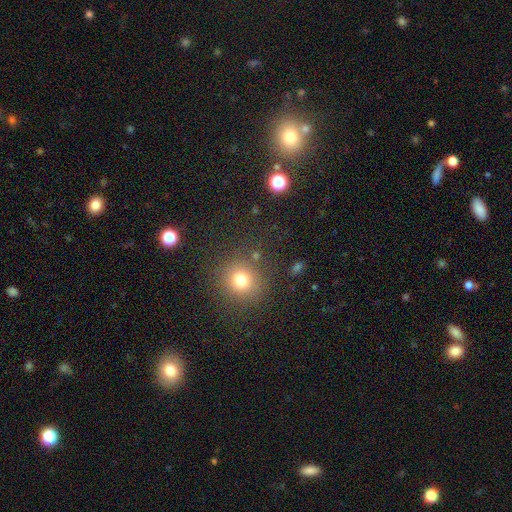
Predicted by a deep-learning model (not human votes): Overall: smooth (68%). How rounded: round (92%). Merging: none (85%).